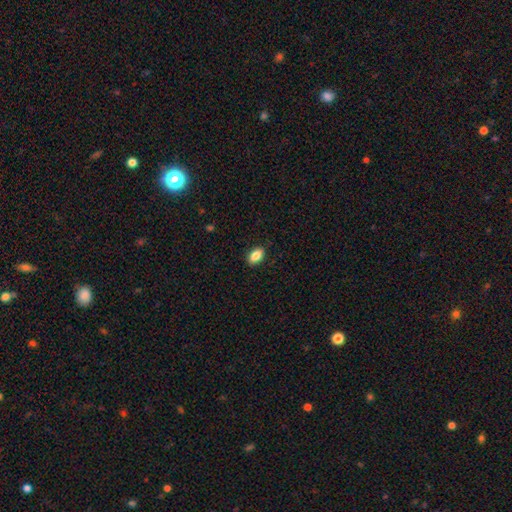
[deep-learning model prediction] Overall: smooth (86%). How rounded: in between (90%). Merging: none (89%).